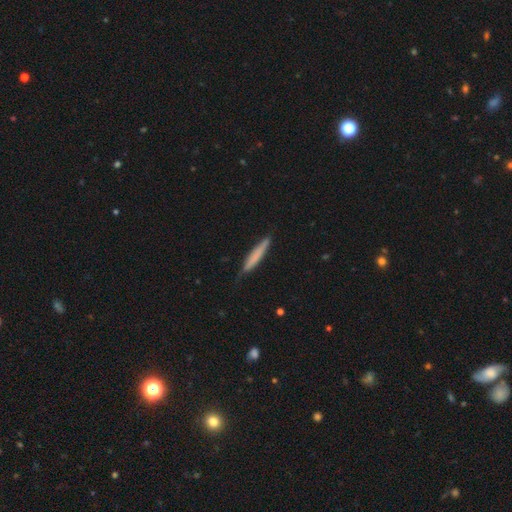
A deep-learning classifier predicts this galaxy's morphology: The model was most divided on "smooth or featured": smooth: 68%, featured or disk: 26%, star or artifact: 6%. More confident: how rounded — cigar-shaped (94%); merging — none (78%).